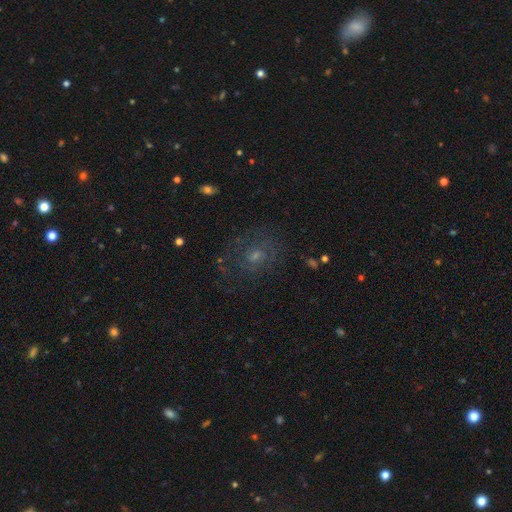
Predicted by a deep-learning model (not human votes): Q: Smooth or featured?
A: featured or disk (48%); runner-up: smooth (31%)
Q: Merging?
A: none (64%); runner-up: minor disturbance (18%)